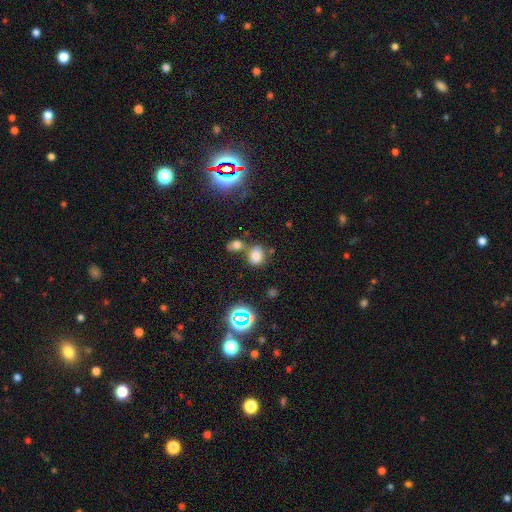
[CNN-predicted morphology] smooth_or_featured: smooth (p=0.75) [alt: star or artifact p=0.18]
how_rounded: in between (p=0.52) [alt: round p=0.47]
merging: none (p=0.59) [alt: merger p=0.24]